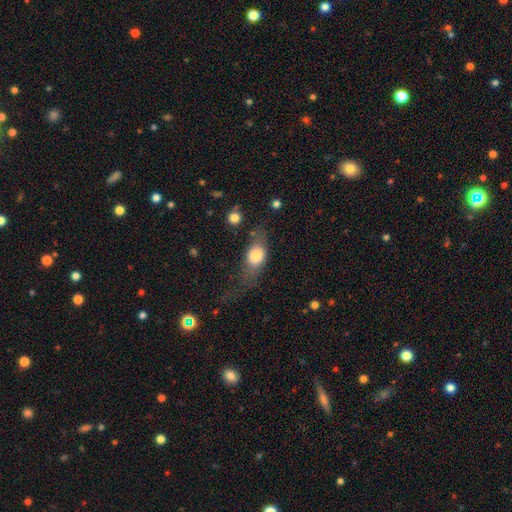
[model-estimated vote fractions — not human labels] Smooth or featured?
  - smooth: 73% *
  - featured or disk: 19%
  - star or artifact: 8%
How rounded?
  - in between: 68% *
  - round: 22%
  - cigar-shaped: 9%
Merging?
  - none: 38% *
  - major disturbance: 30%
  - minor disturbance: 25%
  - merger: 6%